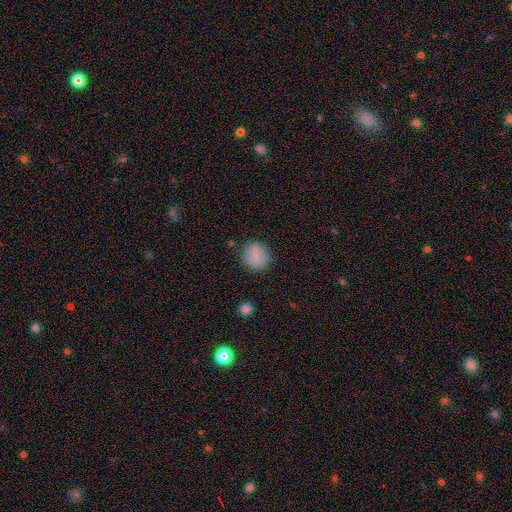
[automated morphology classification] A smooth galaxy with no disk features (84%) that is round (87%). Merging: none (84%).